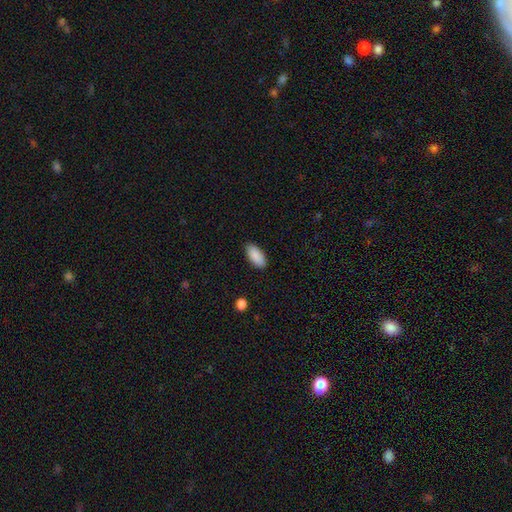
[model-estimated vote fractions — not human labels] Smooth or featured: smooth — 90% (star or artifact — 6%)
How rounded: in between — 91% (cigar-shaped — 7%)
Merging: none — 88% (minor disturbance — 9%)